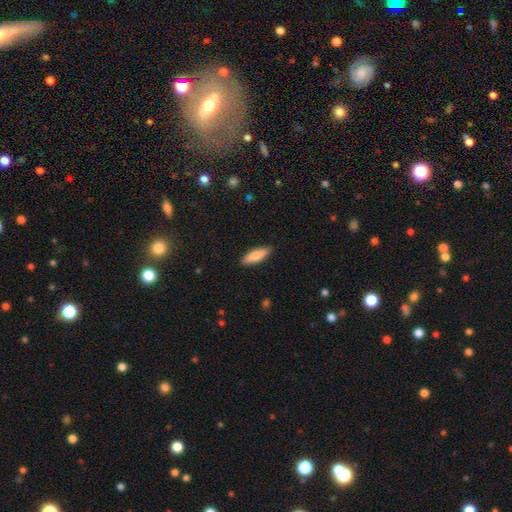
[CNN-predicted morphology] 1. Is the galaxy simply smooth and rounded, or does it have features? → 84% smooth, 10% featured or disk, 6% star or artifact.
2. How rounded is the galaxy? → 50% cigar-shaped, 48% in between, 2% round.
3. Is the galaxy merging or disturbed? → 88% none, 9% minor disturbance, 2% major disturbance, 1% merger.